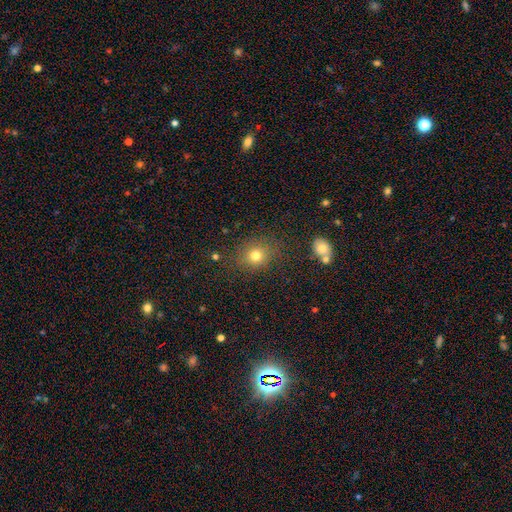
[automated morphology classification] The model was most divided on "how rounded": round: 71%, in between: 28%, cigar-shaped: 1%. More confident: merging — none (81%); smooth or featured — smooth (74%).